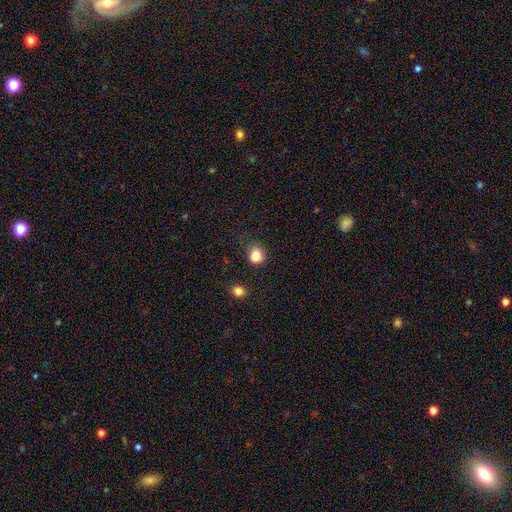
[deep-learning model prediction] This appears to be a smooth galaxy with no disk features (85%) that is round (68%). Merging: none (69%).